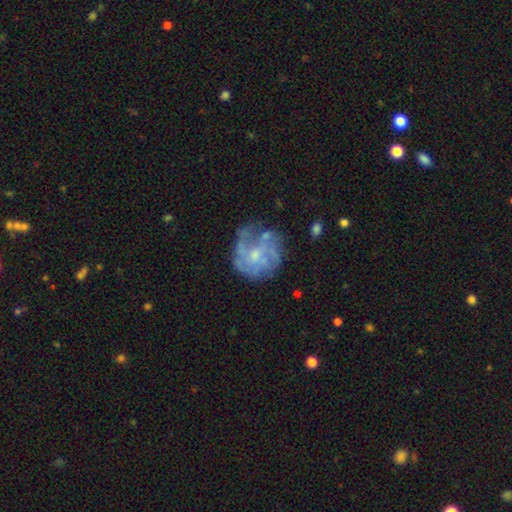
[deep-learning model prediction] A featured or disk galaxy (69%) with no bar (76%), spiral arms (63%) and a small central bulge (50%).

Vote fractions:
- Smooth or featured? featured or disk: 69% / smooth: 22% / star or artifact: 9%
- Edge-on disk? no: 98% / yes: 2%
- Bar? no: 76% / weak: 21% / strong: 3%
- Spiral arms? yes: 63% / no: 37%
- Bulge size? small: 50% / moderate: 38% / none: 10% / large: 2% / dominant: 1%
- Merging? none: 59% / minor disturbance: 21% / major disturbance: 16% / merger: 4%